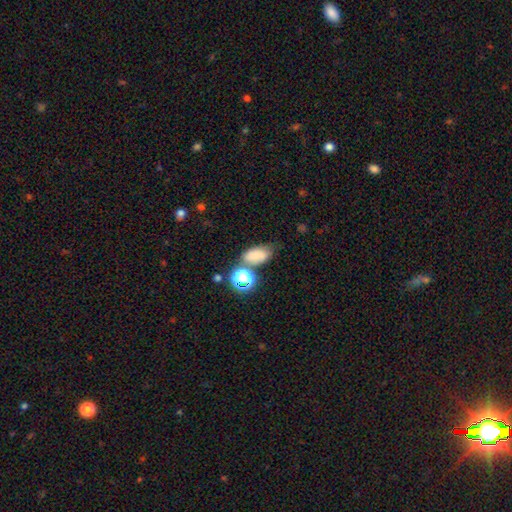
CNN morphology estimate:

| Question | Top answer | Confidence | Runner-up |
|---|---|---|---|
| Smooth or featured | smooth | 77% | star or artifact (15%) |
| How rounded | in between | 84% | round (13%) |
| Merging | none | 57% | merger (19%) |